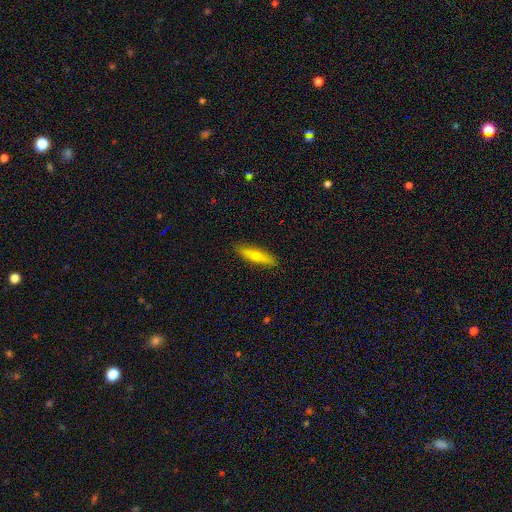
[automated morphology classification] smooth 59%, featured or disk 35%, star or artifact 6%. Down the decision tree: how rounded — cigar-shaped (80%); merging — none (89%).